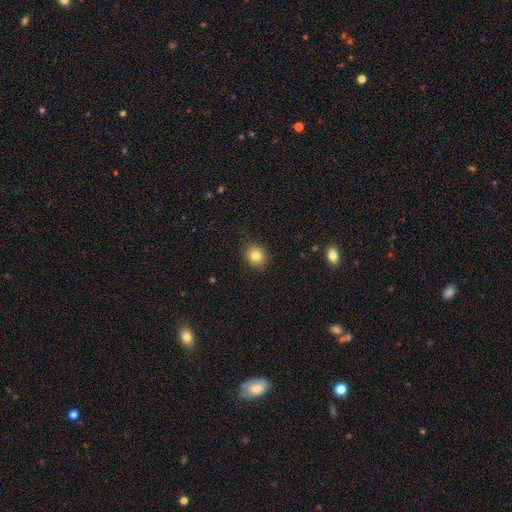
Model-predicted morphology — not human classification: A smooth galaxy with no disk features (82%) that is round (84%).

Vote fractions:
- Smooth or featured? smooth: 82% / star or artifact: 11% / featured or disk: 7%
- How rounded? round: 84% / in between: 15% / cigar-shaped: 1%
- Merging? none: 88% / minor disturbance: 9% / major disturbance: 2% / merger: 1%